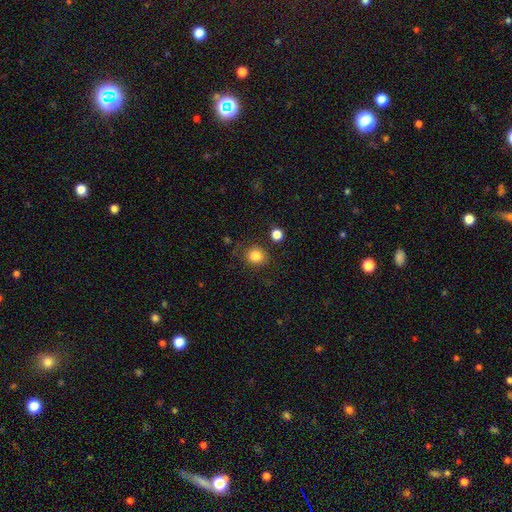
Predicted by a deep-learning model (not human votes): Smooth or featured: smooth — 84% (star or artifact — 11%)
How rounded: round — 84% (in between — 15%)
Merging: none — 81% (minor disturbance — 11%)